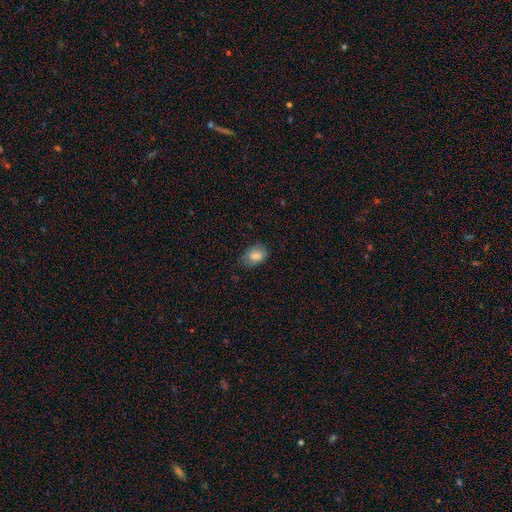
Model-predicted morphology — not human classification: A smooth galaxy with no disk features (80%) that is in between round and cigar-shaped (84%). Merging: none (64%).